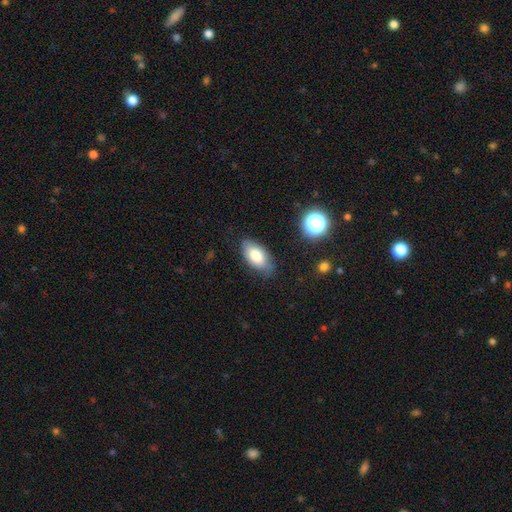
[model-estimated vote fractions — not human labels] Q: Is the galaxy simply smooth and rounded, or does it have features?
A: smooth — 79%.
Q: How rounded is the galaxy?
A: in between — 92%.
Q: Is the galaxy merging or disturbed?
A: none — 78%.